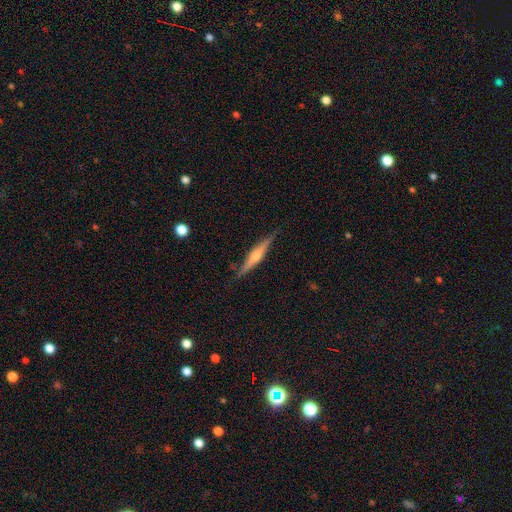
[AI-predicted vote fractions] A featured or disk galaxy (73%) viewed edge-on (97%) with a rounded central bulge (85%).

Vote fractions:
- Smooth or featured? featured or disk: 73% / smooth: 21% / star or artifact: 6%
- Edge-on disk? yes: 97% / no: 3%
- Edge-on bulge? rounded: 85% / boxy: 8% / none: 6%
- Merging? none: 86% / minor disturbance: 11% / major disturbance: 2% / merger: 1%